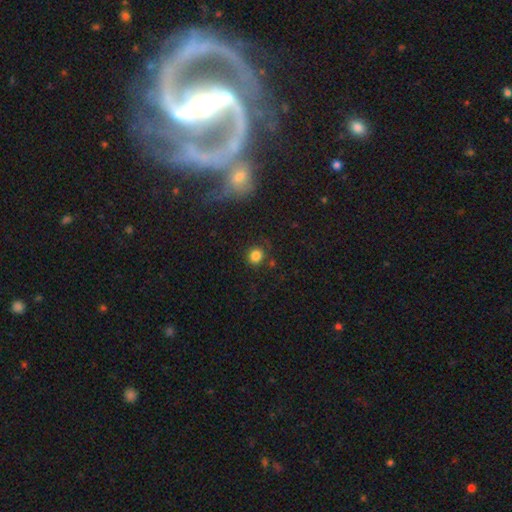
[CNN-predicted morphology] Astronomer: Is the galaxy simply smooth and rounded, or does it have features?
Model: smooth — 83%.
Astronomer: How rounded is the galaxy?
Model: round — 87%.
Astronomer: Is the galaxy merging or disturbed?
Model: none — 82%.